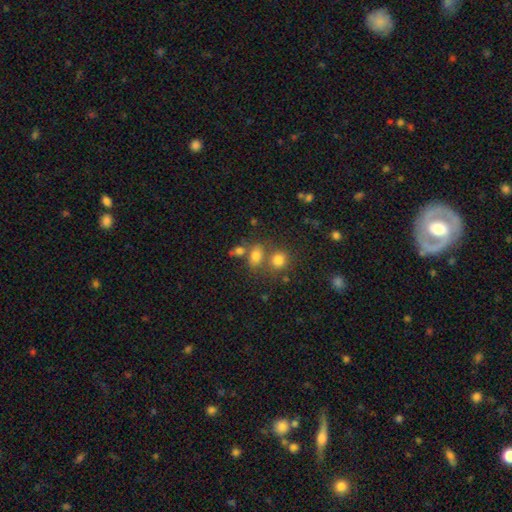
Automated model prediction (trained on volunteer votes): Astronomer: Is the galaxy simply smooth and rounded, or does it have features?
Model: smooth — 73%.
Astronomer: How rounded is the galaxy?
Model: in between — 67%.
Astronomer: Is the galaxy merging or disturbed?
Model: none — 47% (runner-up: merger, 35%).